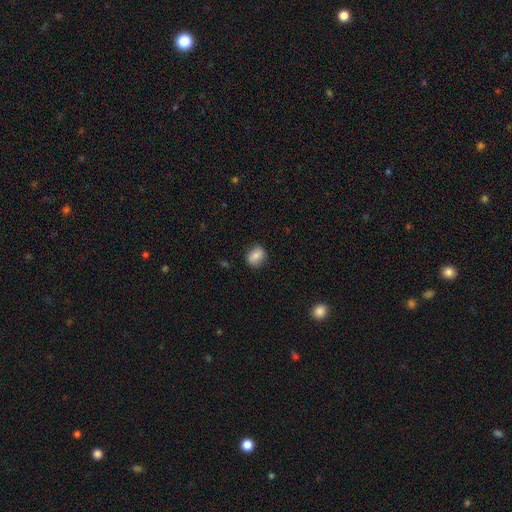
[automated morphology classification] The model was most divided on "how rounded": in between: 50%, round: 48%, cigar-shaped: 1%. More confident: merging — none (86%); smooth or featured — smooth (83%).